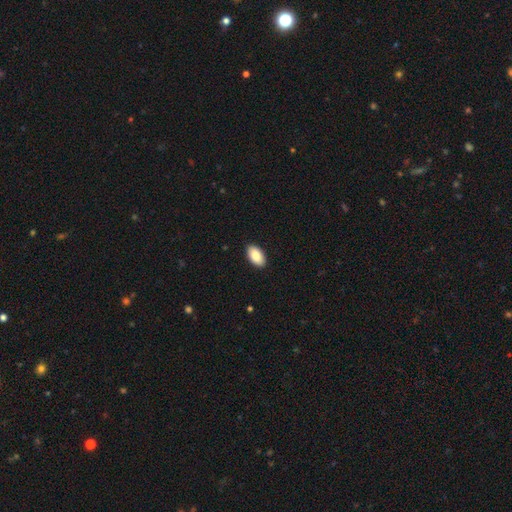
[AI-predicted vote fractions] smooth-or-featured: smooth: 88% | star or artifact: 6% | featured or disk: 6%
  how-rounded: in between: 95% | round: 3% | cigar-shaped: 2%
  merging: none: 90% | minor disturbance: 7% | major disturbance: 2% | merger: 1%